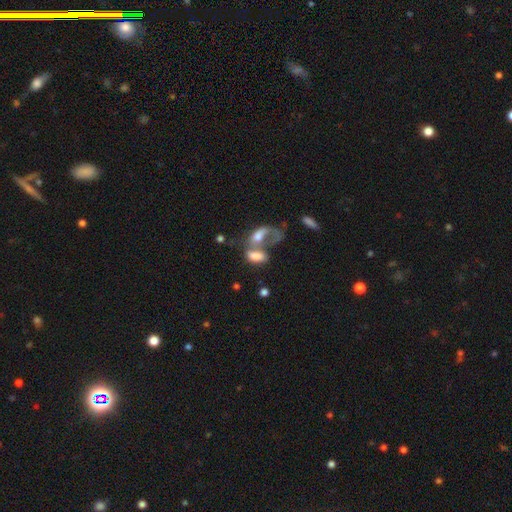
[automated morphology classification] A smooth galaxy with no disk features (64%) that is in between round and cigar-shaped (88%).

Vote fractions:
- Smooth or featured? smooth: 64% / featured or disk: 26% / star or artifact: 10%
- How rounded? in between: 88% / cigar-shaped: 6% / round: 6%
- Merging? merger: 65% / major disturbance: 15% / none: 13% / minor disturbance: 7%